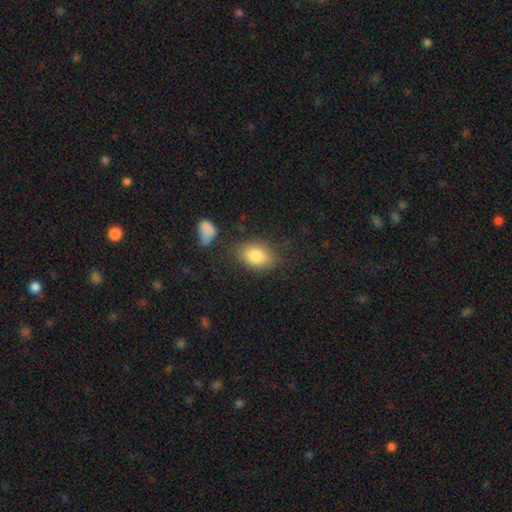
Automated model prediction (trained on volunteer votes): smooth 83%, featured or disk 9%, star or artifact 8%. Down the decision tree: how rounded — in between (79%); merging — none (76%).